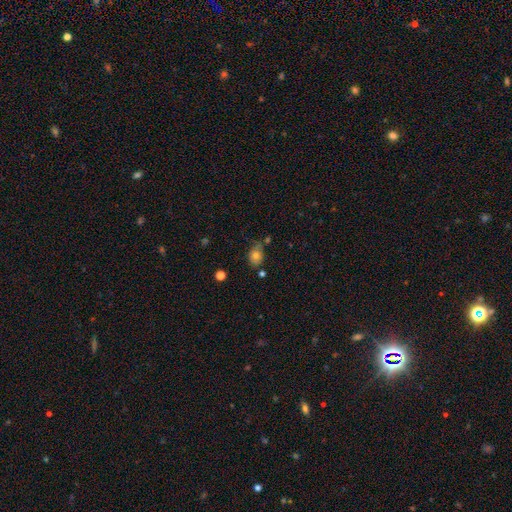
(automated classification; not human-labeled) smooth 75%, featured or disk 13%, star or artifact 11%. Down the decision tree: how rounded — in between (64%); merging — none (61%).